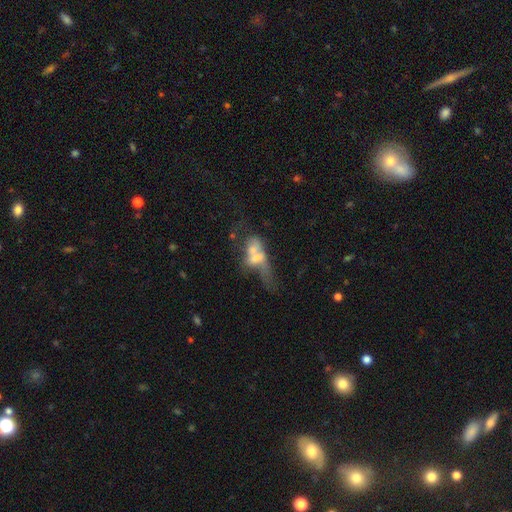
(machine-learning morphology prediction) featured or disk 48%, smooth 41%, star or artifact 11%. Down the decision tree: merging — merger (56%).